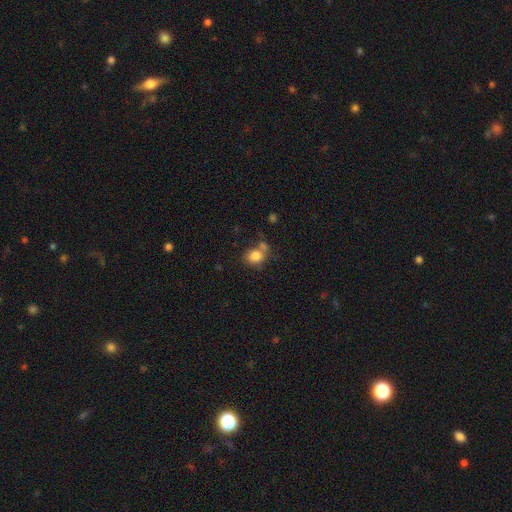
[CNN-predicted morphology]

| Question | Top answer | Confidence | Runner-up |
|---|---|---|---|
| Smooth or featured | smooth | 82% | star or artifact (10%) |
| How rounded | round | 58% | in between (41%) |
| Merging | none | 52% | merger (26%) |